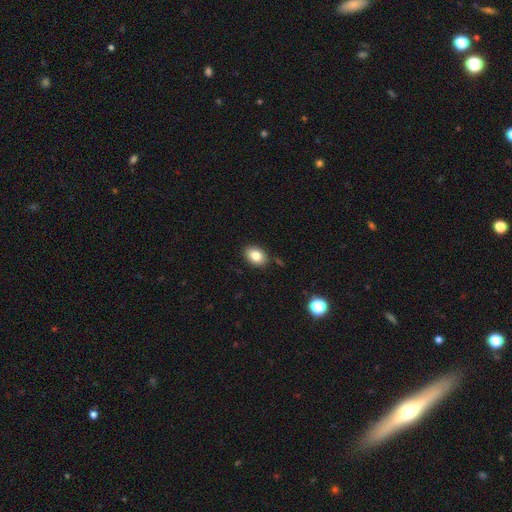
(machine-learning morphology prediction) Q: Smooth or featured?
A: smooth (84%); runner-up: star or artifact (9%)
Q: How rounded?
A: in between (76%); runner-up: round (23%)
Q: Merging?
A: none (86%); runner-up: minor disturbance (10%)